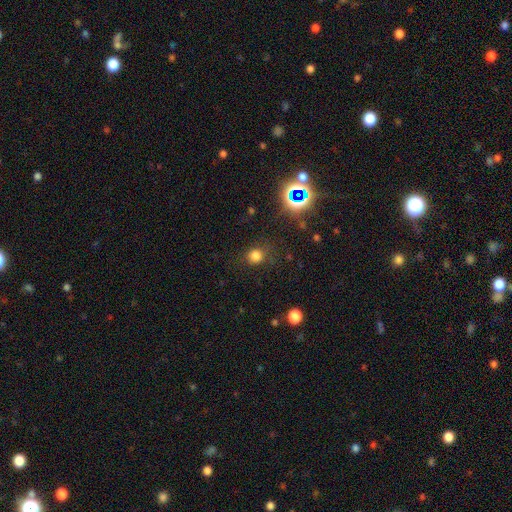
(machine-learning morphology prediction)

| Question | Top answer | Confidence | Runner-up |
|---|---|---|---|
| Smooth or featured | smooth | 75% | star or artifact (19%) |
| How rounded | round | 86% | in between (13%) |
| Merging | none | 79% | minor disturbance (13%) |